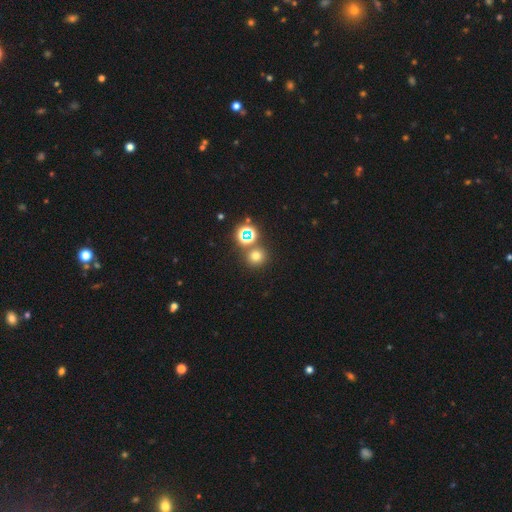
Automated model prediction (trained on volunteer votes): This is likely a smooth galaxy (67%). How rounded: clearly round (91%). Merging: likely none (77%).